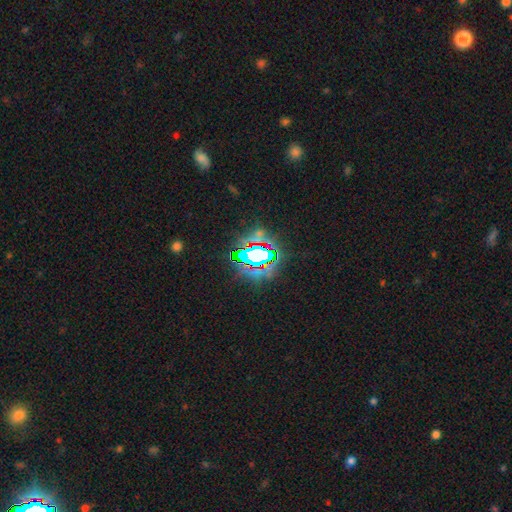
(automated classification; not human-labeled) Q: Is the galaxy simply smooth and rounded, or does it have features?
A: star or artifact — 70%.